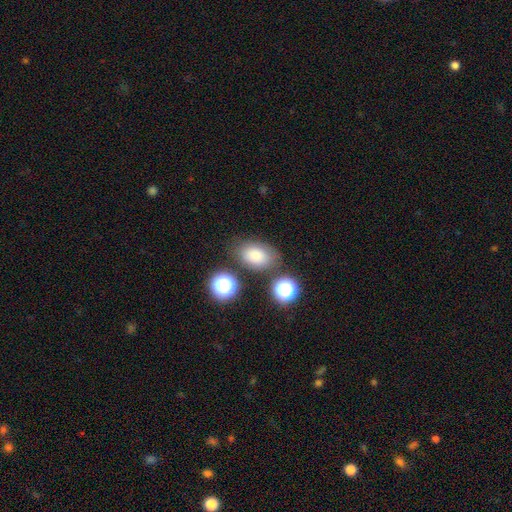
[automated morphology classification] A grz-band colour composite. It shows a smooth galaxy with no disk features (77%) that is in between round and cigar-shaped (81%). Merging: none (73%).